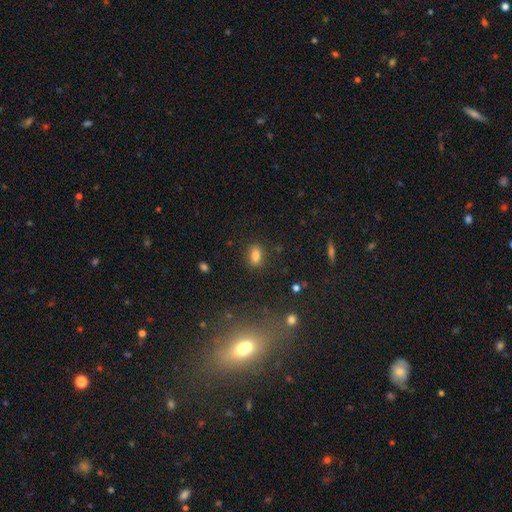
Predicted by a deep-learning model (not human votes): A smooth galaxy with no disk features (80%) that is in between round and cigar-shaped (79%). Merging: none (83%).